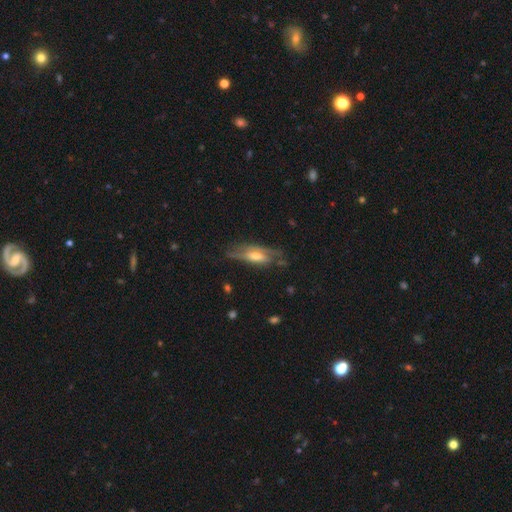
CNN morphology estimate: Smooth or featured? Predicted: featured or disk (p=0.59). Edge-on disk? Predicted: no (p=0.56). Merging? Predicted: none (p=0.57).